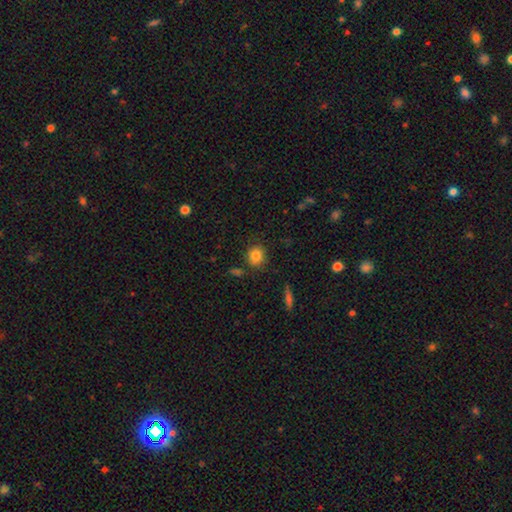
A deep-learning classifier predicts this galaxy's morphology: A smooth galaxy with no disk features (83%) that is round (80%).

Vote fractions:
- Smooth or featured? smooth: 83% / star or artifact: 10% / featured or disk: 7%
- How rounded? round: 80% / in between: 19% / cigar-shaped: 1%
- Merging? none: 82% / minor disturbance: 11% / merger: 4% / major disturbance: 3%